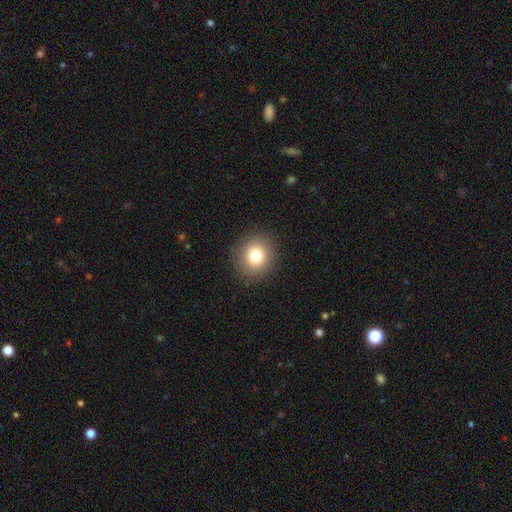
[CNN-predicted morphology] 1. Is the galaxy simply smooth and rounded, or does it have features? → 79% smooth, 11% star or artifact, 9% featured or disk.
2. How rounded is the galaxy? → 80% round, 20% in between, 1% cigar-shaped.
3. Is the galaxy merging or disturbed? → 90% none, 7% minor disturbance, 3% major disturbance, 1% merger.